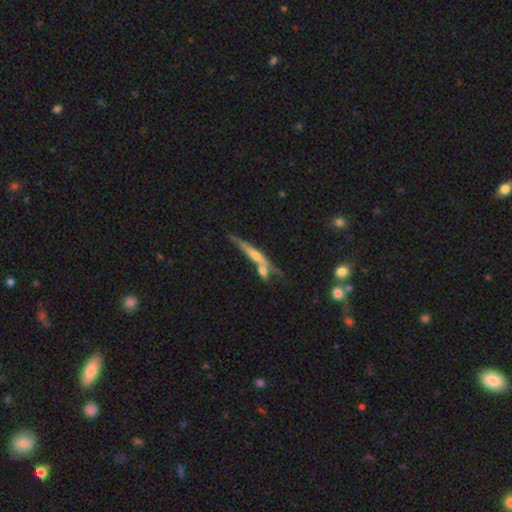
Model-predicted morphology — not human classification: Q: Smooth or featured?
A: featured or disk (62%); runner-up: smooth (29%)
Q: Edge-on disk?
A: yes (91%); runner-up: no (9%)
Q: Edge-on bulge?
A: rounded (64%); runner-up: none (26%)
Q: Merging?
A: none (51%); runner-up: merger (29%)